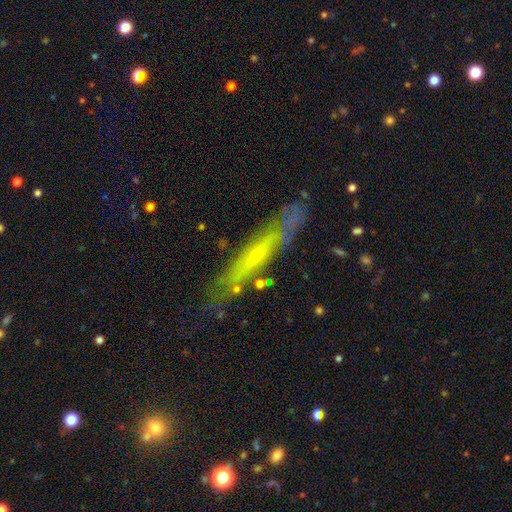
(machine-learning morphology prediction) type=featured or disk (61%); edge-on=yes (72%); merging=none (70%).